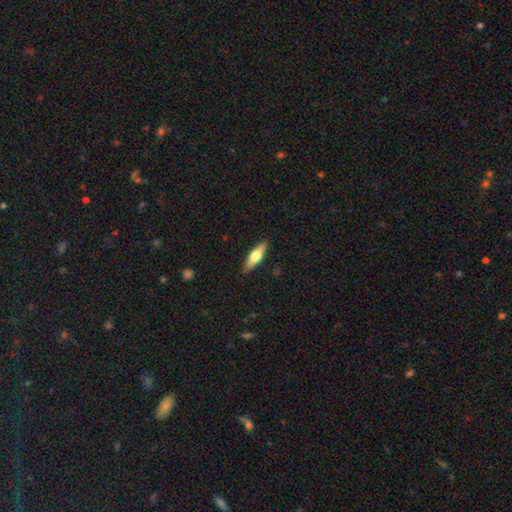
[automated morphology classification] A featured or disk galaxy (47%, tied with smooth). Merging: none (89%).